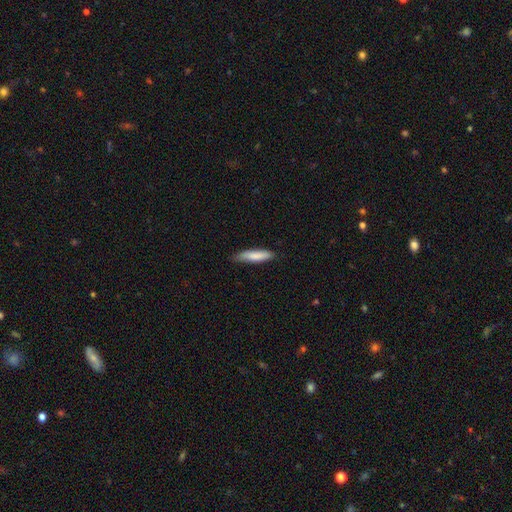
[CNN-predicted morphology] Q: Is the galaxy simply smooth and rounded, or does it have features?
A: smooth — 82%.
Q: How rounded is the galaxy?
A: cigar-shaped — 80%.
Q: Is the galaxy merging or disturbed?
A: none — 75%.